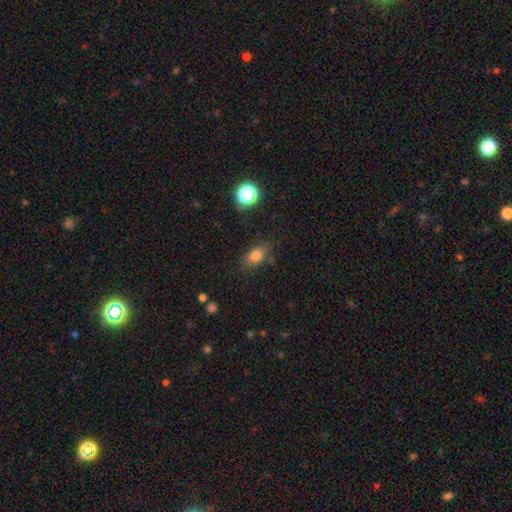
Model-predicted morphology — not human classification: A smooth galaxy with no disk features (79%) that is in between round and cigar-shaped (80%).

Vote fractions:
- Smooth or featured? smooth: 79% / star or artifact: 13% / featured or disk: 8%
- How rounded? in between: 80% / round: 17% / cigar-shaped: 3%
- Merging? none: 77% / minor disturbance: 15% / major disturbance: 5% / merger: 2%